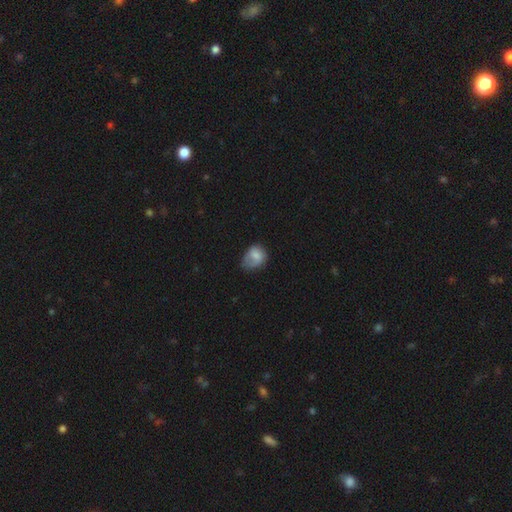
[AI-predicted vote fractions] Smooth or featured: smooth — 75% (featured or disk — 17%)
How rounded: in between — 56% (round — 43%)
Merging: minor disturbance — 40% (none — 35%)